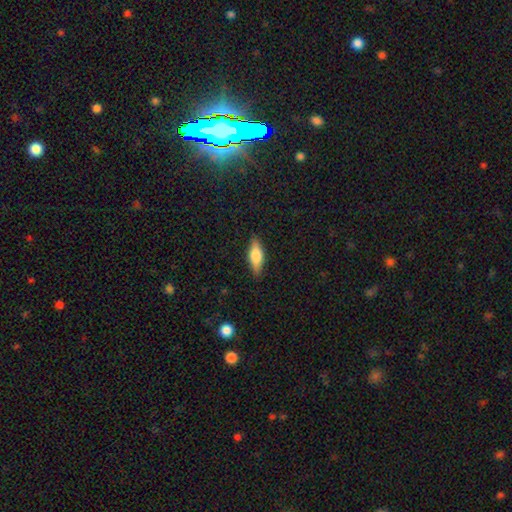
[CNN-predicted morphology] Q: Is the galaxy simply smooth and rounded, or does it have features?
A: smooth — 63%.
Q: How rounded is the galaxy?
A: in between — 60%.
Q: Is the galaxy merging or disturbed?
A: none — 86%.